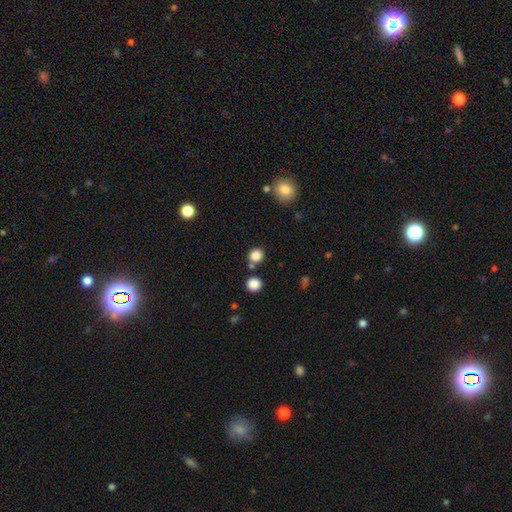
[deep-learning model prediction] This is clearly a smooth galaxy (83%). How rounded: clearly round (87%). Merging: likely none (74%).